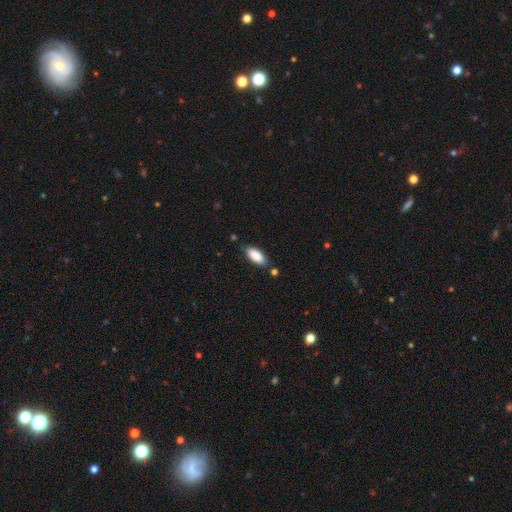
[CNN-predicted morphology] Smooth or featured? smooth (87%)
How rounded? in between (83%)
Merging? none (79%)